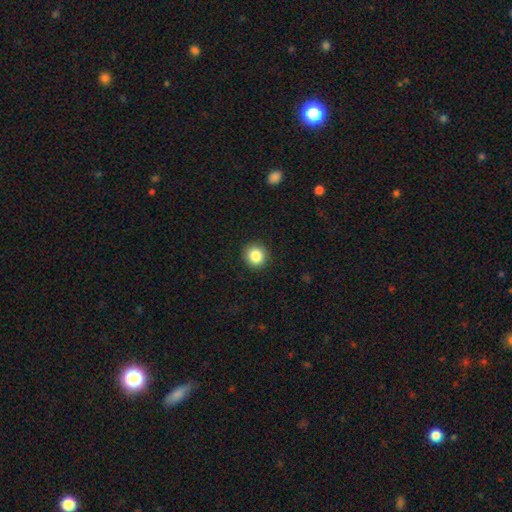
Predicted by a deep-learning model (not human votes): Smooth or featured?
  - smooth: 86% *
  - star or artifact: 10%
  - featured or disk: 4%
How rounded?
  - round: 92% *
  - in between: 7%
  - cigar-shaped: 1%
Merging?
  - none: 92% *
  - minor disturbance: 5%
  - major disturbance: 2%
  - merger: 1%